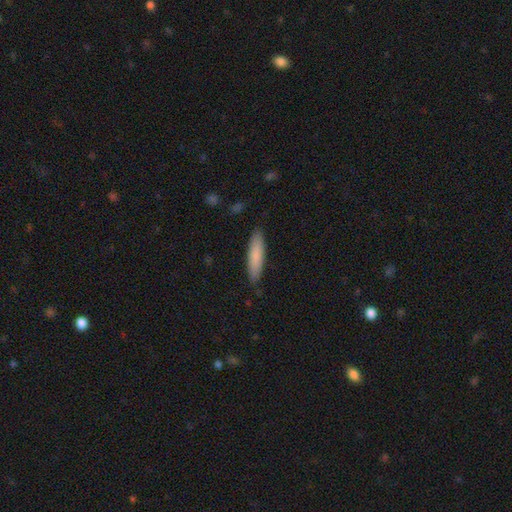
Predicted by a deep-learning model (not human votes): This appears to be a smooth galaxy with no disk features (82%) that is cigar-shaped (77%). Merging: none (87%).